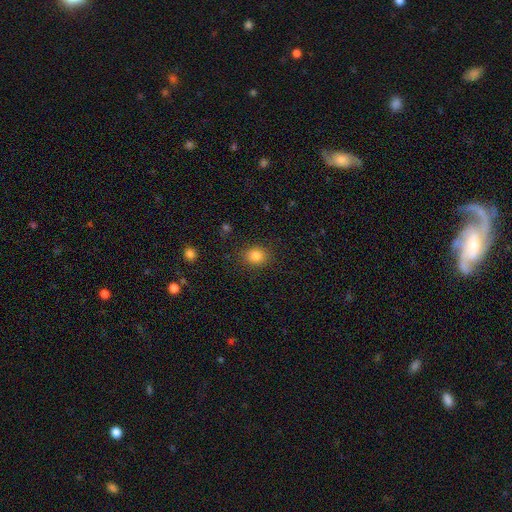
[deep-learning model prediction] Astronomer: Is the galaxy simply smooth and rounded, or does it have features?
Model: smooth — 84%.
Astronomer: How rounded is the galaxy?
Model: round — 70%.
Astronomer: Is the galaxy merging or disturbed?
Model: none — 86%.